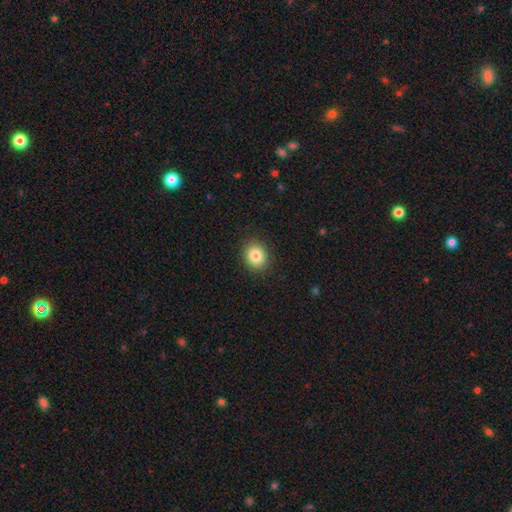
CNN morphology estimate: smooth 83%, star or artifact 10%, featured or disk 7%. Down the decision tree: how rounded — round (66%); merging — none (90%).